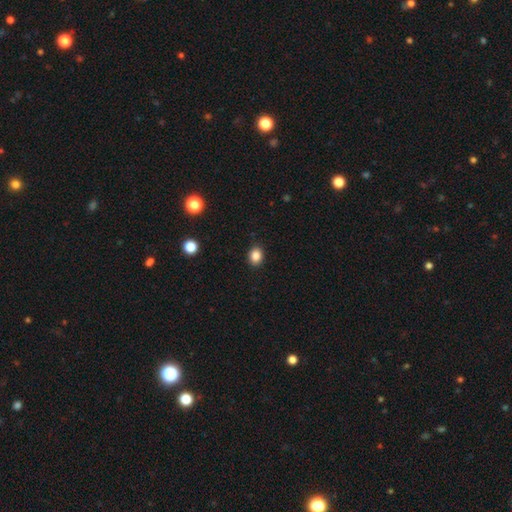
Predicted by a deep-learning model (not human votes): smooth-or-featured: smooth: 86% | star or artifact: 10% | featured or disk: 4%
  how-rounded: round: 50% | in between: 49% | cigar-shaped: 1%
  merging: none: 89% | minor disturbance: 8% | major disturbance: 2% | merger: 1%